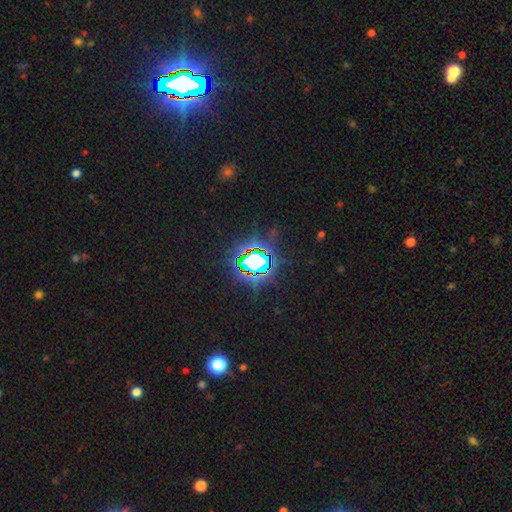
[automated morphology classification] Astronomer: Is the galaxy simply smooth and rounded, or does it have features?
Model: star or artifact — 84%.